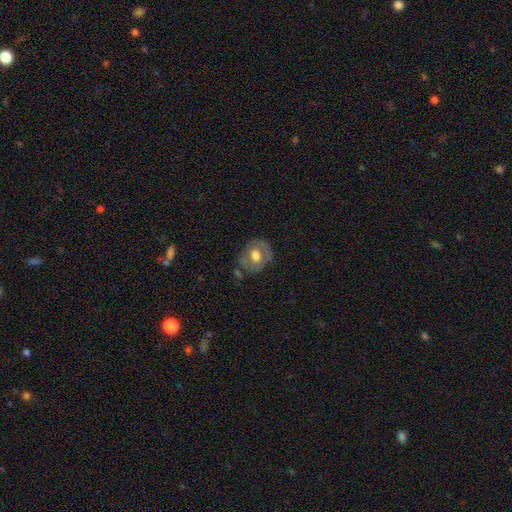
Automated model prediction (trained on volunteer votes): smooth 51%, featured or disk 42%, star or artifact 7%. Down the decision tree: how rounded — round (61%); merging — none (66%).